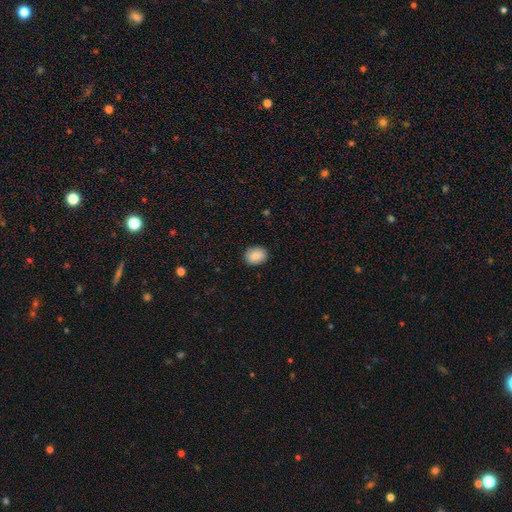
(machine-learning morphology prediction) A smooth galaxy with no disk features (89%) that is in between round and cigar-shaped (60%).

Vote fractions:
- Smooth or featured? smooth: 89% / star or artifact: 7% / featured or disk: 4%
- How rounded? in between: 60% / round: 39% / cigar-shaped: 1%
- Merging? none: 88% / minor disturbance: 9% / major disturbance: 2% / merger: 1%